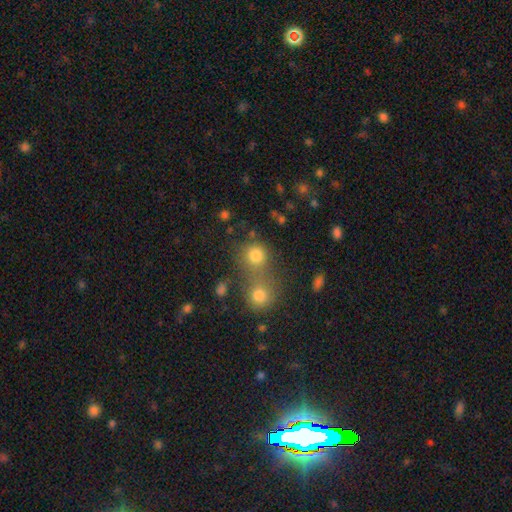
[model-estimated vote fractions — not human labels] Smooth or featured? Predicted: smooth (p=0.78). How rounded? Predicted: round (p=0.85). Merging? Predicted: merger (p=0.47).